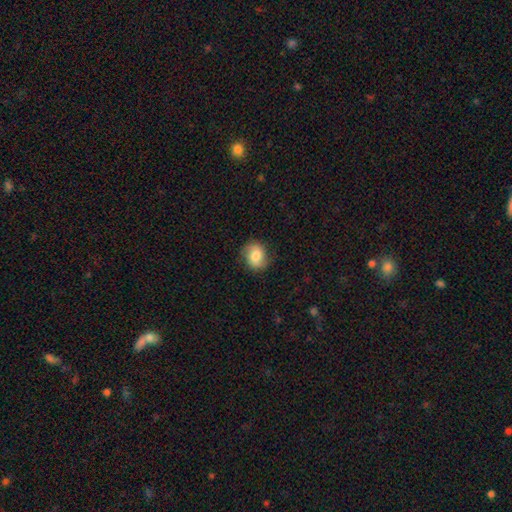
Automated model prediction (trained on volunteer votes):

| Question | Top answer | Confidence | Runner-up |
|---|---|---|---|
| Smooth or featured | smooth | 75% | featured or disk (17%) |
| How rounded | round | 60% | in between (39%) |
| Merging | none | 83% | minor disturbance (13%) |